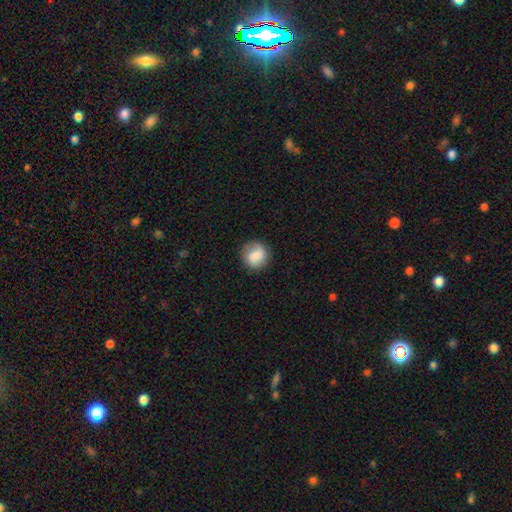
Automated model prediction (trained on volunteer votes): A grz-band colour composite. It shows a smooth galaxy with no disk features (79%) that is round (88%). Merging: none (80%).